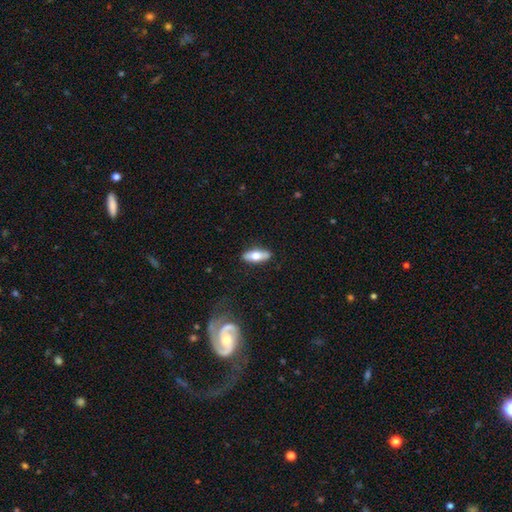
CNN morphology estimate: type=smooth (63%); roundness=in between (65%); merging=none (86%).